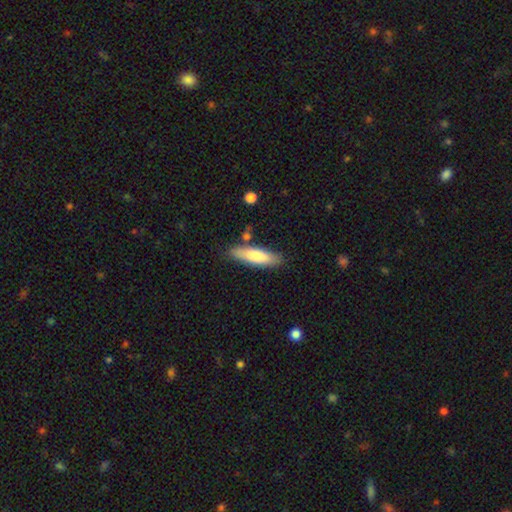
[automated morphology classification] smooth_or_featured: smooth (p=0.78) [alt: featured or disk p=0.17]
how_rounded: cigar-shaped (p=0.67) [alt: in between p=0.32]
merging: none (p=0.82) [alt: minor disturbance p=0.12]